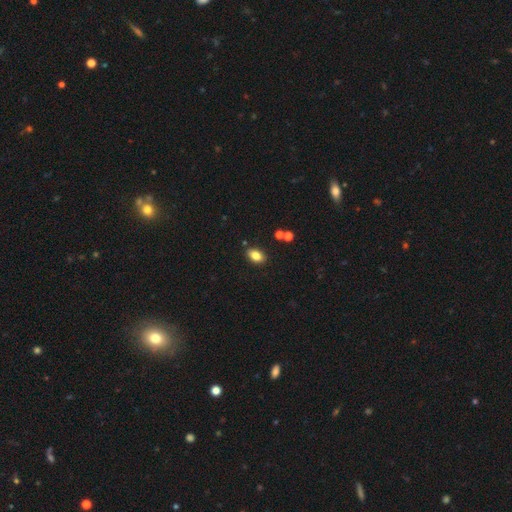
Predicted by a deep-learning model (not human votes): Smooth or featured? Predicted: smooth (p=0.82). How rounded? Predicted: in between (p=0.88). Merging? Predicted: none (p=0.84).